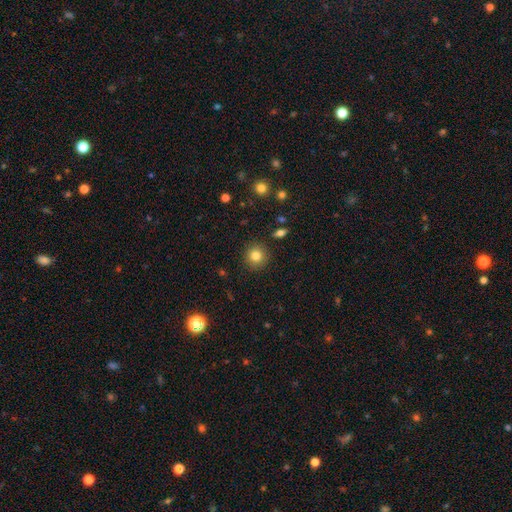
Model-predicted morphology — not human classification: Smooth or featured?
  - smooth: 83% *
  - star or artifact: 10%
  - featured or disk: 7%
How rounded?
  - round: 92% *
  - in between: 7%
  - cigar-shaped: 1%
Merging?
  - none: 90% *
  - minor disturbance: 6%
  - major disturbance: 2%
  - merger: 1%